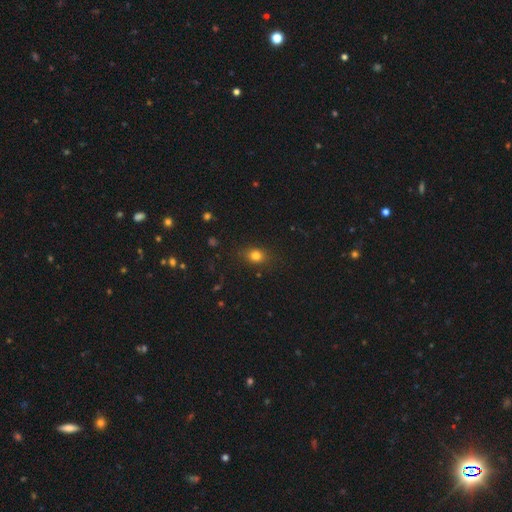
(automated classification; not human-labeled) A smooth galaxy with no disk features (79%) that is round (53%).

Vote fractions:
- Smooth or featured? smooth: 79% / star or artifact: 14% / featured or disk: 7%
- How rounded? round: 53% / in between: 45% / cigar-shaped: 2%
- Merging? none: 84% / minor disturbance: 12% / major disturbance: 3% / merger: 1%